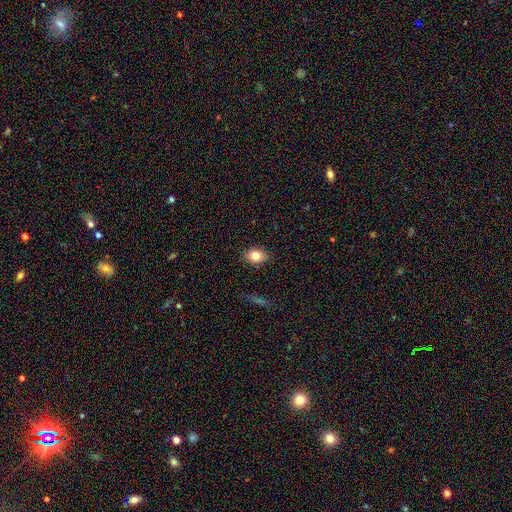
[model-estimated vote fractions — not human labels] The model was most divided on "how rounded": in between: 71%, round: 28%, cigar-shaped: 2%. More confident: merging — none (86%); smooth or featured — smooth (81%).